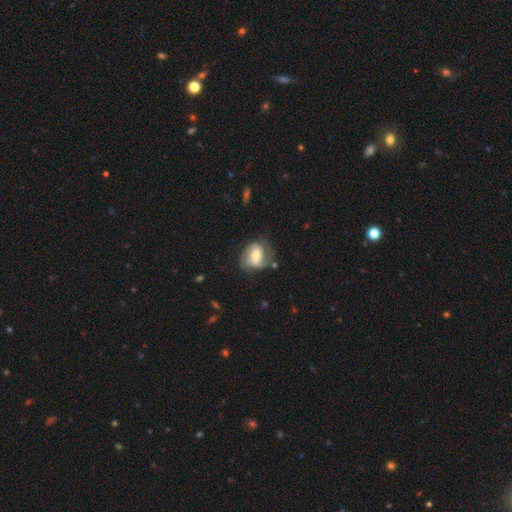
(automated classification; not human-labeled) Morphology: type=featured or disk (60%); edge-on=no (96%); bar=weak (39%); spiral arms=yes (77%); bulge=moderate (65%); merging=none (60%).